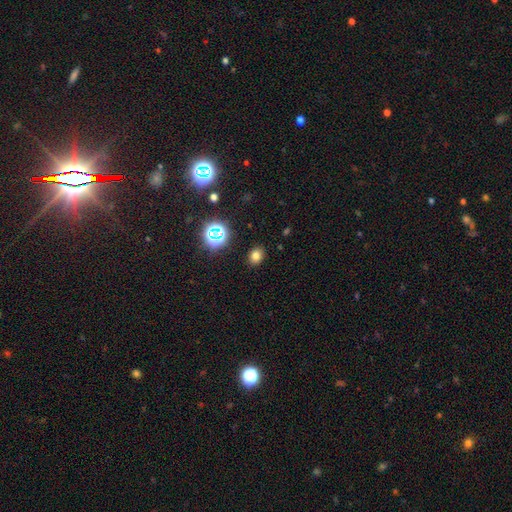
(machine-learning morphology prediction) A smooth galaxy with no disk features (74%) that is in between round and cigar-shaped (57%). Merging: none (88%).